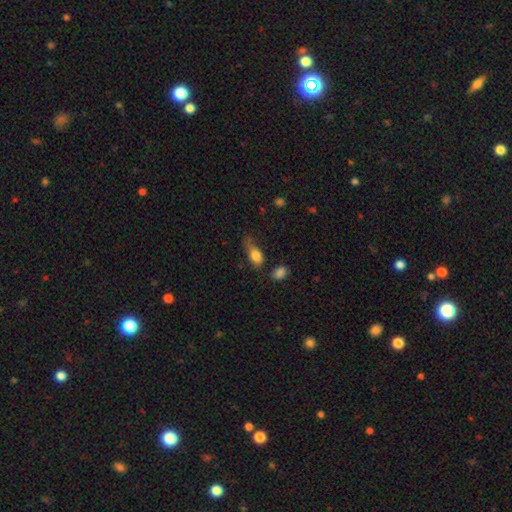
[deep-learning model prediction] smooth-or-featured: smooth: 81% | featured or disk: 11% | star or artifact: 8%
  how-rounded: in between: 83% | round: 10% | cigar-shaped: 7%
  merging: minor disturbance: 38% | none: 35% | major disturbance: 21% | merger: 6%